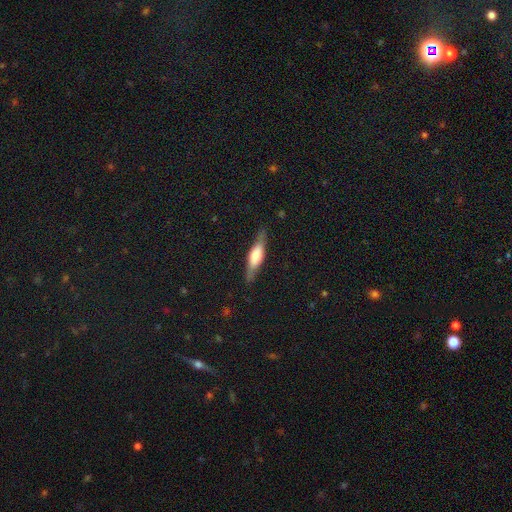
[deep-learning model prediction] A featured or disk galaxy (51%) viewed edge-on (91%). Merging: none (82%).